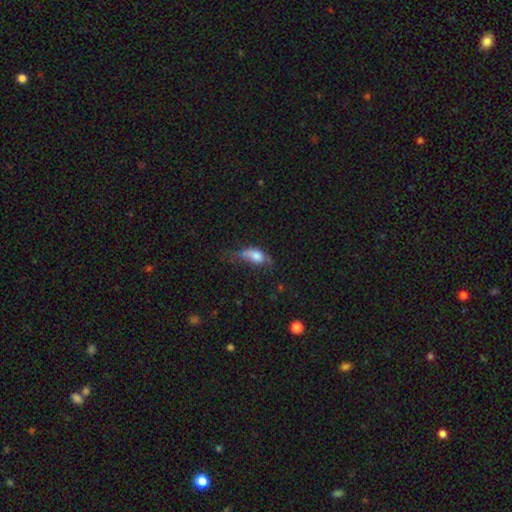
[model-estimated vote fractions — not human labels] smooth-or-featured: smooth: 68% | featured or disk: 23% | star or artifact: 10%
  how-rounded: in between: 79% | cigar-shaped: 12% | round: 9%
  merging: major disturbance: 41% | minor disturbance: 29% | none: 23% | merger: 7%